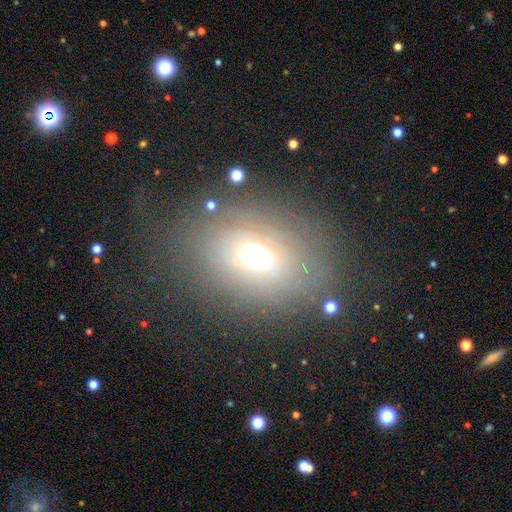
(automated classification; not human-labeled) Q: Smooth or featured?
A: smooth (51%); runner-up: featured or disk (30%)
Q: How rounded?
A: in between (67%); runner-up: round (31%)
Q: Merging?
A: none (69%); runner-up: minor disturbance (16%)